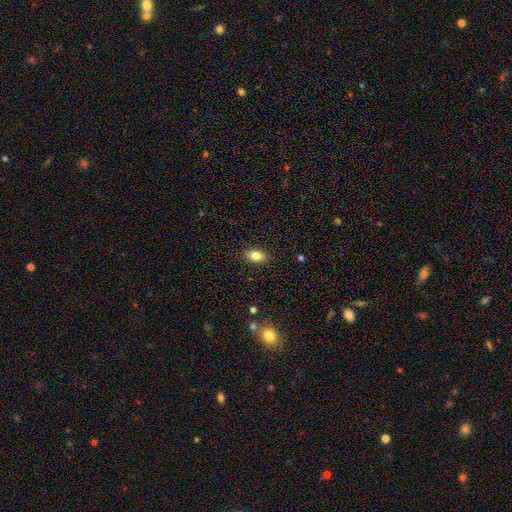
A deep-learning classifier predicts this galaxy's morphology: Smooth or featured?
  - smooth: 83% *
  - star or artifact: 9%
  - featured or disk: 9%
How rounded?
  - in between: 88% *
  - round: 7%
  - cigar-shaped: 4%
Merging?
  - none: 88% *
  - minor disturbance: 9%
  - major disturbance: 2%
  - merger: 1%